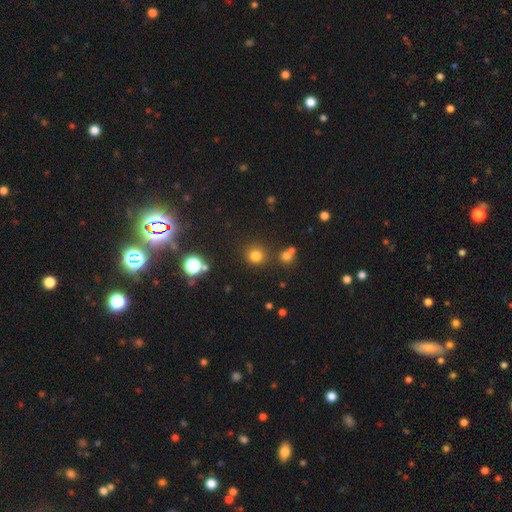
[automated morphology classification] A smooth galaxy with no disk features (75%) that is round (93%). Merging: none (84%).